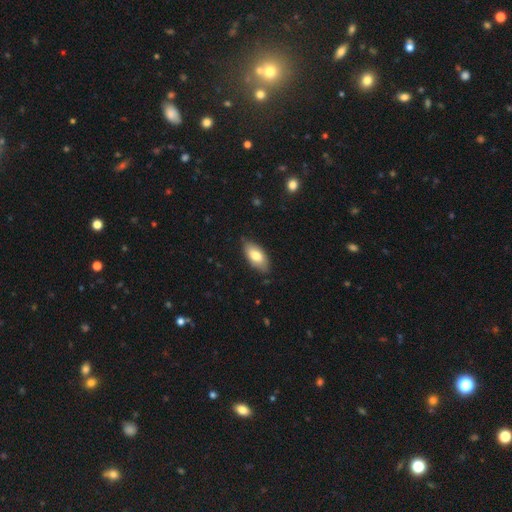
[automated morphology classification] Smooth or featured?
  - smooth: 77% *
  - featured or disk: 17%
  - star or artifact: 6%
How rounded?
  - in between: 91% *
  - cigar-shaped: 6%
  - round: 3%
Merging?
  - none: 80% *
  - minor disturbance: 16%
  - major disturbance: 2%
  - merger: 1%